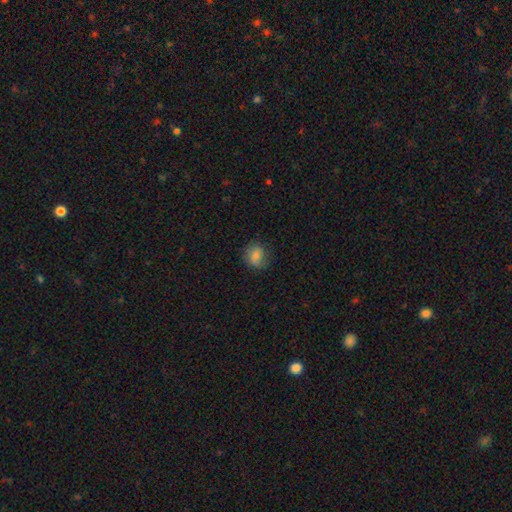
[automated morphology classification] This is likely a smooth galaxy (79%). How rounded: likely round (68%). Merging: likely none (74%).